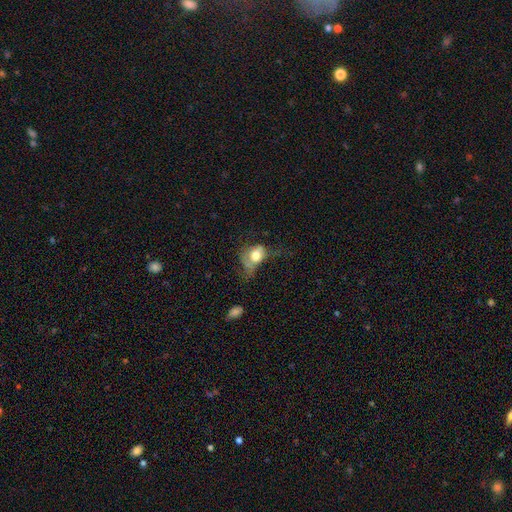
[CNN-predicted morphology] Smooth or featured? smooth (63%)
How rounded? in between (61%)
Merging? major disturbance (51%)